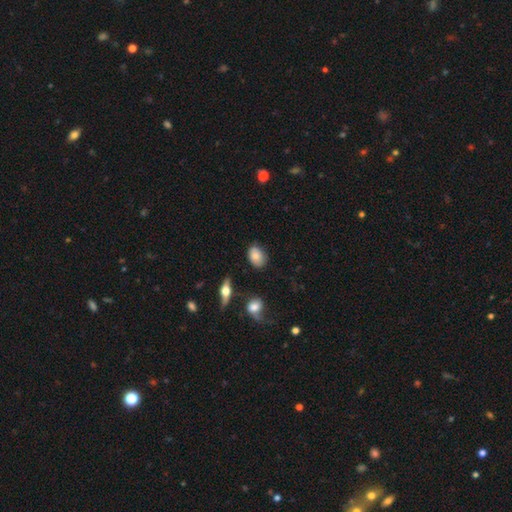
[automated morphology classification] smooth_or_featured: smooth (p=0.77) [alt: featured or disk p=0.15]
how_rounded: in between (p=0.78) [alt: round p=0.20]
merging: none (p=0.77) [alt: minor disturbance p=0.17]